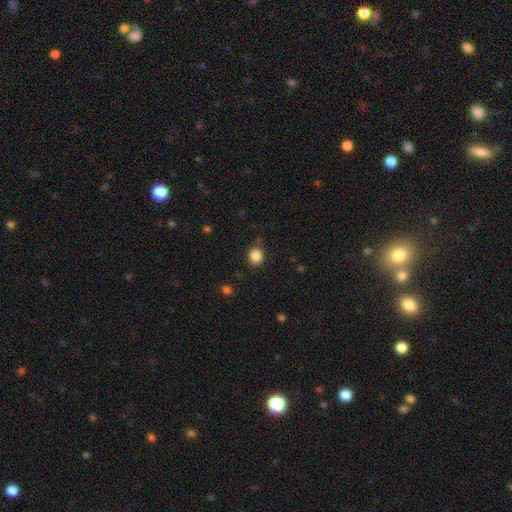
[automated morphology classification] This is clearly a smooth galaxy (85%). How rounded: likely round (76%). Merging: clearly none (82%).